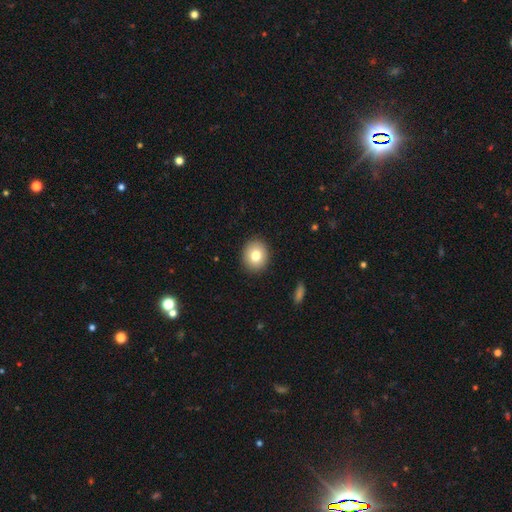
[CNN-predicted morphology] smooth-or-featured: smooth: 78% | featured or disk: 12% | star or artifact: 10%
  how-rounded: round: 76% | in between: 23% | cigar-shaped: 1%
  merging: none: 91% | minor disturbance: 6% | major disturbance: 2% | merger: 1%